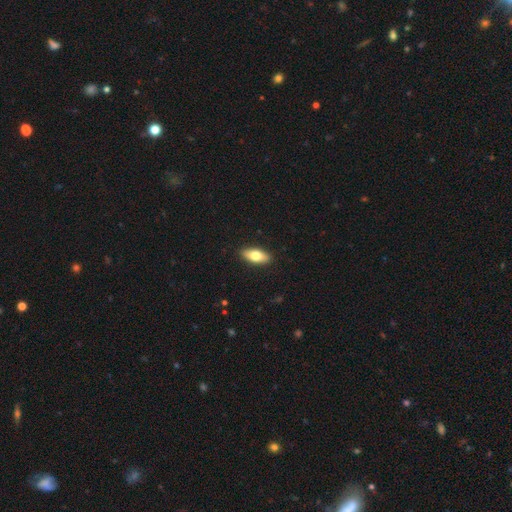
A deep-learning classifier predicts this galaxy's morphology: smooth 73%, featured or disk 21%, star or artifact 6%. Down the decision tree: how rounded — in between (83%); merging — none (90%).